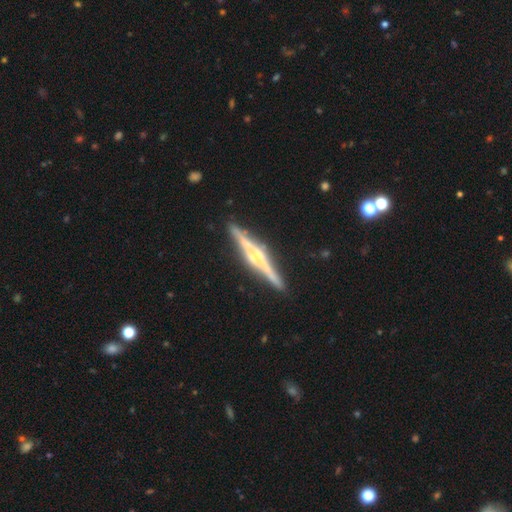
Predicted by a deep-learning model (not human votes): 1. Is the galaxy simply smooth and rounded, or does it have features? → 85% featured or disk, 10% smooth, 5% star or artifact.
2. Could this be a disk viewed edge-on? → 98% yes, 2% no.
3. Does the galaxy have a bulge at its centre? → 82% rounded, 13% boxy, 5% none.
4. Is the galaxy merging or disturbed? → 91% none, 7% minor disturbance, 1% major disturbance, 1% merger.